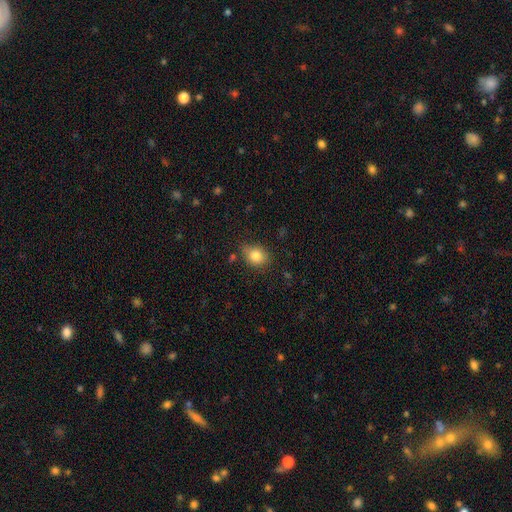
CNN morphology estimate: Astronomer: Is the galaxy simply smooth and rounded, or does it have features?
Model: smooth — 82%.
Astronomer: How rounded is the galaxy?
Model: round — 50% (runner-up: in between, 49%).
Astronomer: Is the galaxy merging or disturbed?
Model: none — 72%.